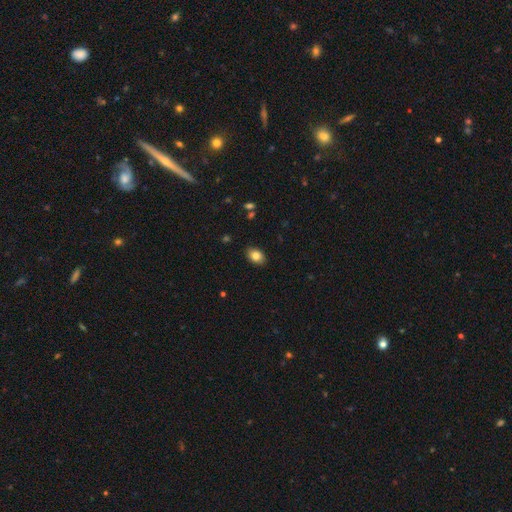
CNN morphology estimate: smooth-or-featured: smooth: 83% | star or artifact: 9% | featured or disk: 8%
  how-rounded: in between: 81% | round: 18% | cigar-shaped: 1%
  merging: none: 88% | minor disturbance: 9% | major disturbance: 2% | merger: 1%